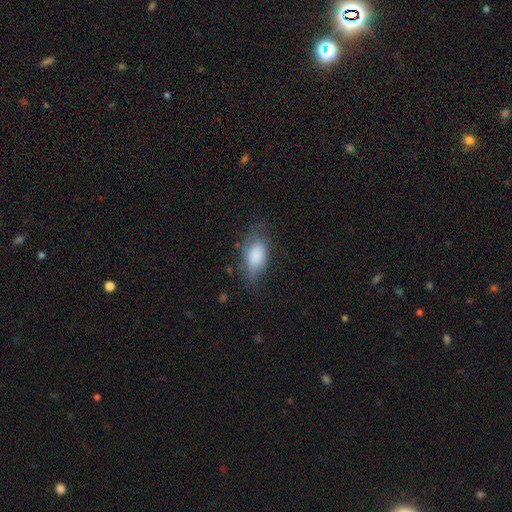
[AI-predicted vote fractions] Smooth or featured: smooth — 77% (featured or disk — 15%)
How rounded: in between — 89% (round — 6%)
Merging: none — 49% (minor disturbance — 33%)